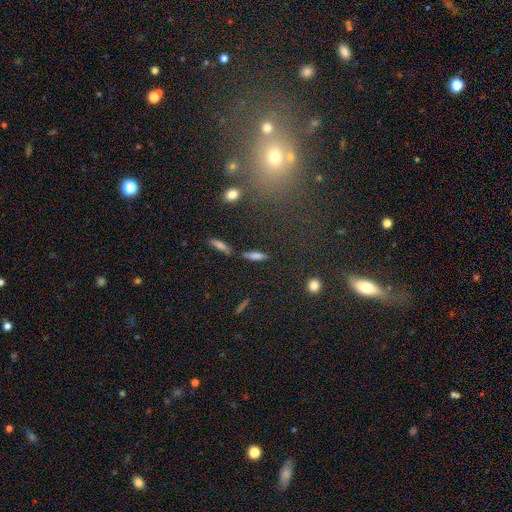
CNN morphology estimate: Overall: smooth (72%). How rounded: cigar-shaped (64%; in between 31%). Merging: none (77%).